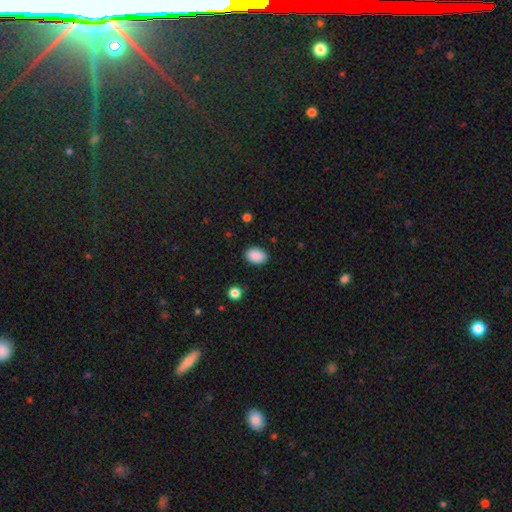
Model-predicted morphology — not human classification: Overall: smooth (89%). How rounded: in between (79%). Merging: none (87%).